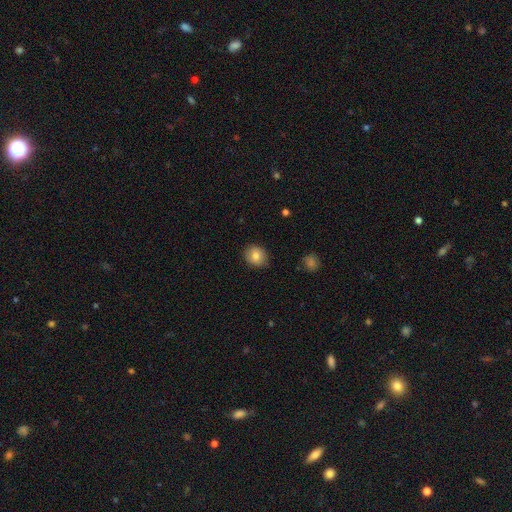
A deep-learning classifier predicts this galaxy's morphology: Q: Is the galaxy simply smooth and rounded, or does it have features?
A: smooth — 81%.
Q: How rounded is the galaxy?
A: round — 70%.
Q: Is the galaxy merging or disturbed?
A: none — 86%.